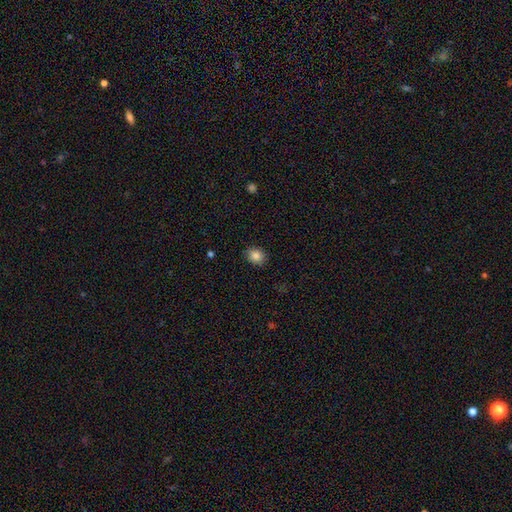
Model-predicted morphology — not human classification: smooth-or-featured: smooth: 85% | star or artifact: 10% | featured or disk: 5%
  how-rounded: round: 60% | in between: 39% | cigar-shaped: 1%
  merging: none: 88% | minor disturbance: 9% | major disturbance: 2% | merger: 1%